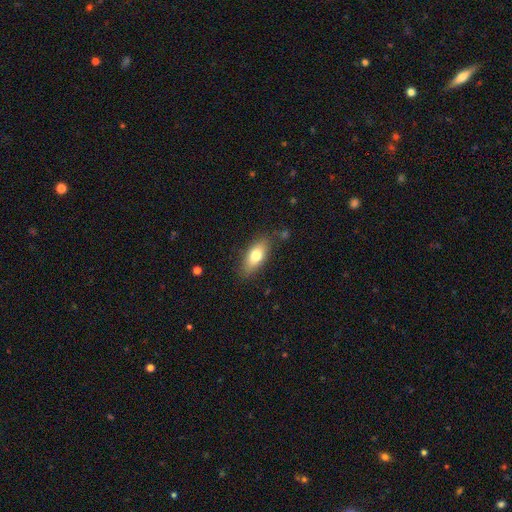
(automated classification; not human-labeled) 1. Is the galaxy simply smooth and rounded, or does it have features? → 75% smooth, 18% featured or disk, 7% star or artifact.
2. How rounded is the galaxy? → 81% in between, 15% cigar-shaped, 4% round.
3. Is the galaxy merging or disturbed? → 80% none, 14% minor disturbance, 3% major disturbance, 2% merger.